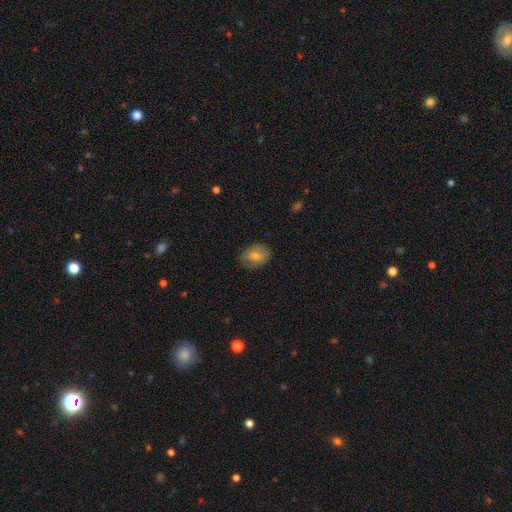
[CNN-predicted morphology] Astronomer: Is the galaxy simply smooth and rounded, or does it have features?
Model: smooth — 72%.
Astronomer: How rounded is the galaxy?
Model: in between — 62%.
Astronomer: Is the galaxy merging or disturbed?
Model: none — 79%.